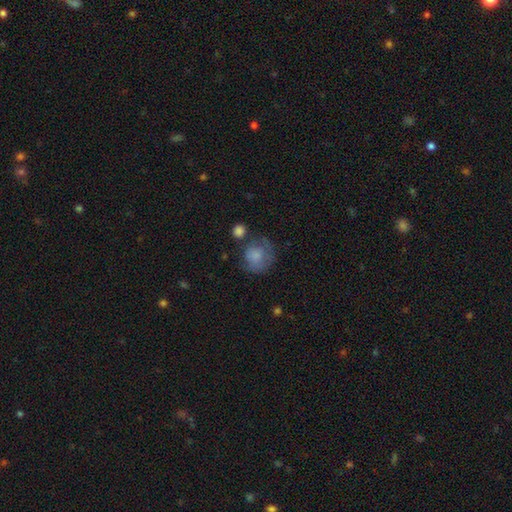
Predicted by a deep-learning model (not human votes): Overall: smooth (76%). How rounded: round (83%). Merging: none (52%; minor disturbance 25%).